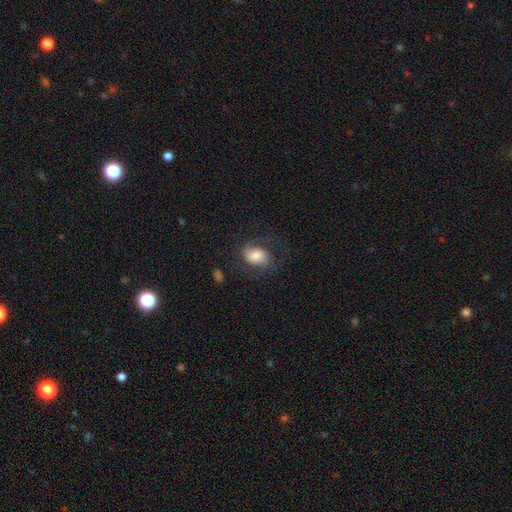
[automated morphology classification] Smooth or featured? Predicted: smooth (p=0.60). How rounded? Predicted: in between (p=0.72). Merging? Predicted: none (p=0.57).